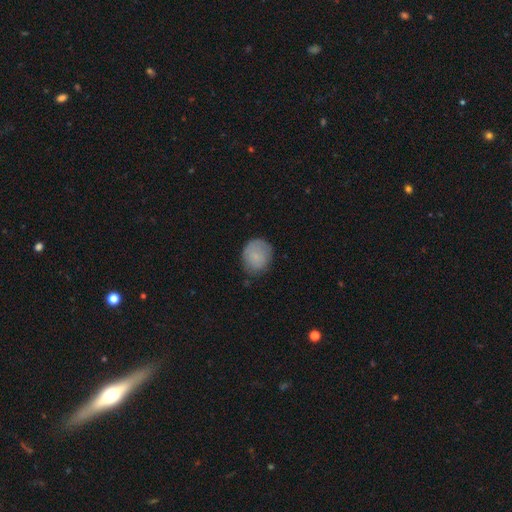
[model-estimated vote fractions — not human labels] Q: Smooth or featured?
A: smooth (79%); runner-up: featured or disk (14%)
Q: How rounded?
A: round (68%); runner-up: in between (31%)
Q: Merging?
A: none (67%); runner-up: minor disturbance (26%)